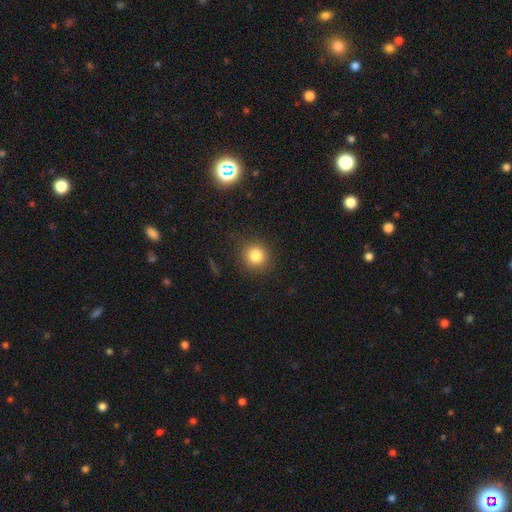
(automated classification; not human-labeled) Overall: smooth (82%). How rounded: round (91%). Merging: none (87%).